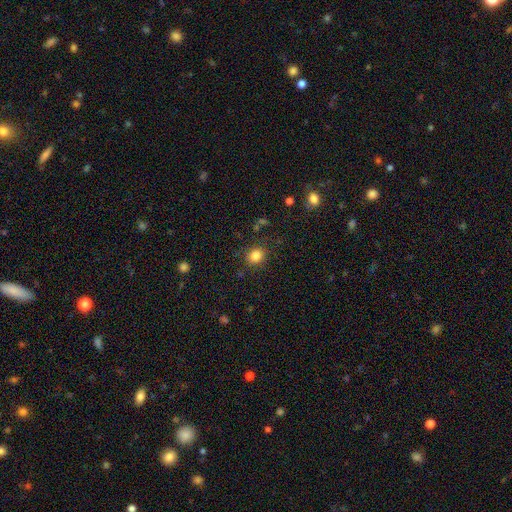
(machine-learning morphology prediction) This is clearly a smooth galaxy (84%). How rounded: likely round (75%). Merging: clearly none (85%).